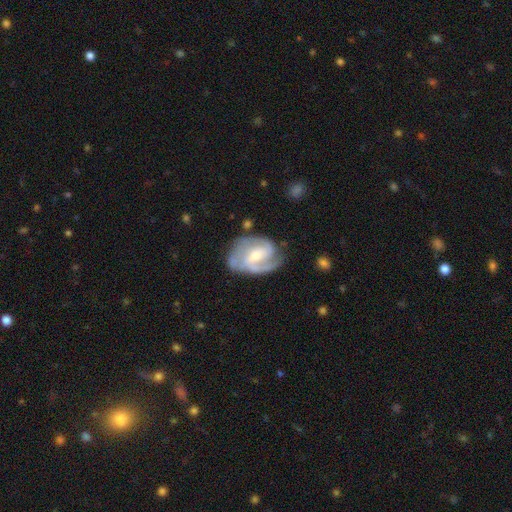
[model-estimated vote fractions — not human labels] This is clearly a featured or disk galaxy (86%). It is clearly not viewed edge-on (97%). Bar: possibly weak (50%). Spiral arm pattern: clearly yes (96%). Spiral arm count: possibly 2 (49%). Spiral winding: possibly medium (46%). Central bulge: possibly moderate (48%). Merging: likely none (62%).